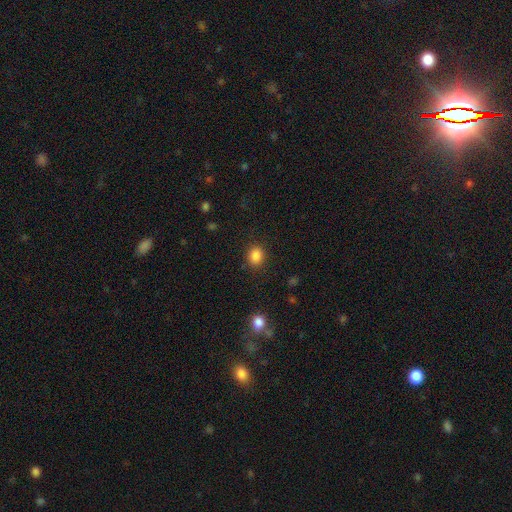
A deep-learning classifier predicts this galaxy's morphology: Q: Smooth or featured?
A: smooth (86%); runner-up: star or artifact (10%)
Q: How rounded?
A: round (70%); runner-up: in between (29%)
Q: Merging?
A: none (88%); runner-up: minor disturbance (8%)